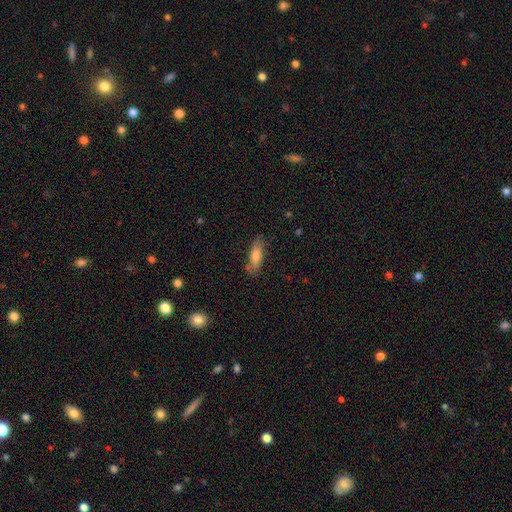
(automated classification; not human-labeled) Smooth or featured? Predicted: smooth (p=0.77). How rounded? Predicted: in between (p=0.52). Merging? Predicted: none (p=0.75).